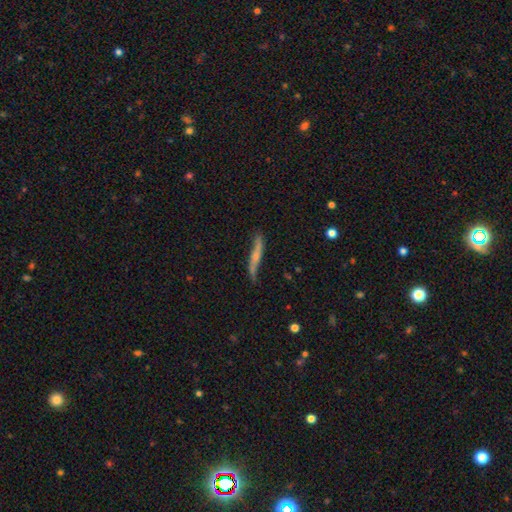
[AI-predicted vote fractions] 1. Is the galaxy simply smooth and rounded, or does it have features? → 61% featured or disk, 33% smooth, 7% star or artifact.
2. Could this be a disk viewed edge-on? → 67% yes, 33% no.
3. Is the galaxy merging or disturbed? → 63% none, 27% minor disturbance, 7% major disturbance, 3% merger.